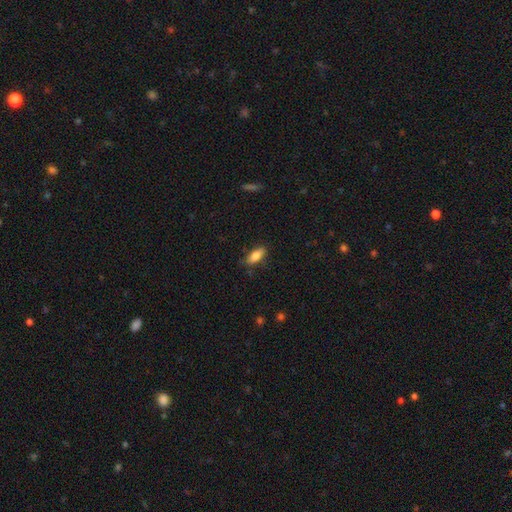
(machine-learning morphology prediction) This is clearly a smooth galaxy (83%). How rounded: likely in between (77%). Merging: clearly none (80%).